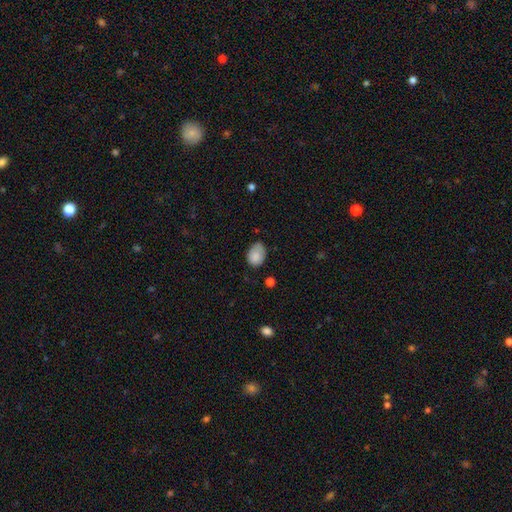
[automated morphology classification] Overall: smooth (85%). How rounded: in between (73%). Merging: none (60%; minor disturbance 31%).